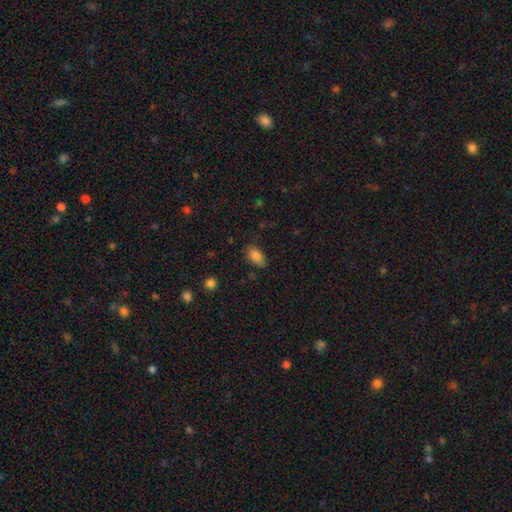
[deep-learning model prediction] A smooth galaxy with no disk features (85%) that is in between round and cigar-shaped (91%).

Vote fractions:
- Smooth or featured? smooth: 85% / star or artifact: 9% / featured or disk: 6%
- How rounded? in between: 91% / round: 5% / cigar-shaped: 3%
- Merging? none: 77% / minor disturbance: 17% / major disturbance: 4% / merger: 2%